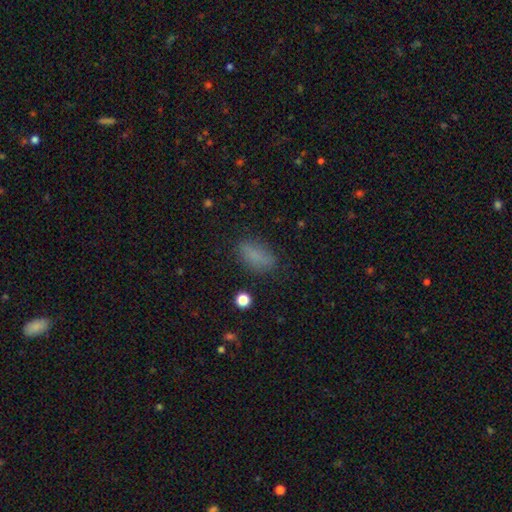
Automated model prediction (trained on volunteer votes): The model was most divided on "merging": none: 80%, minor disturbance: 14%, major disturbance: 4%, merger: 2%. More confident: how rounded — in between (83%); smooth or featured — smooth (82%).